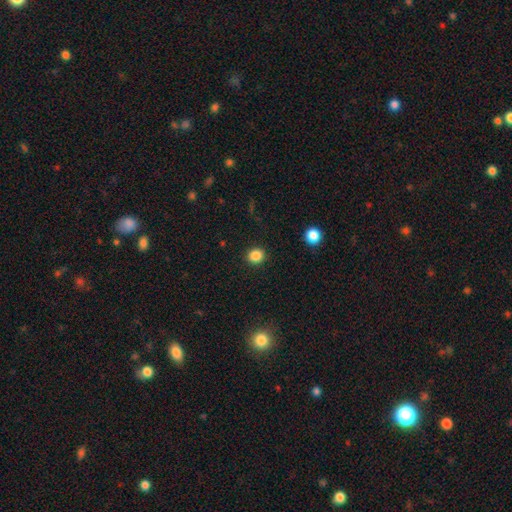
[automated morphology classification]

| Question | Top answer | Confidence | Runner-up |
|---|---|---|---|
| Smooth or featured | smooth | 86% | star or artifact (11%) |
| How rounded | round | 80% | in between (19%) |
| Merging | none | 91% | minor disturbance (6%) |